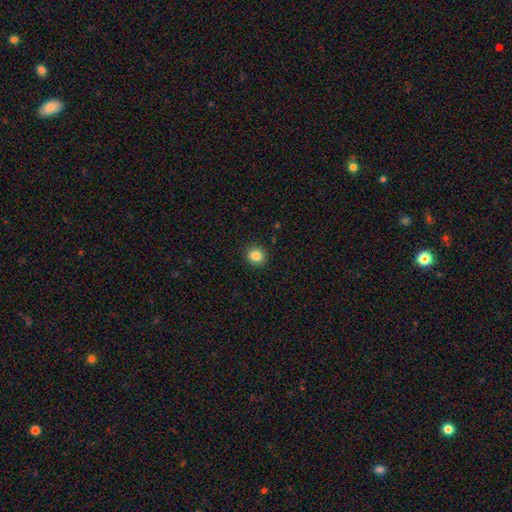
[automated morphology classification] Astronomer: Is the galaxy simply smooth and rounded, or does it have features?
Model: smooth — 85%.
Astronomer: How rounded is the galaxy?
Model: round — 90%.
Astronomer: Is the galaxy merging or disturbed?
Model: none — 92%.